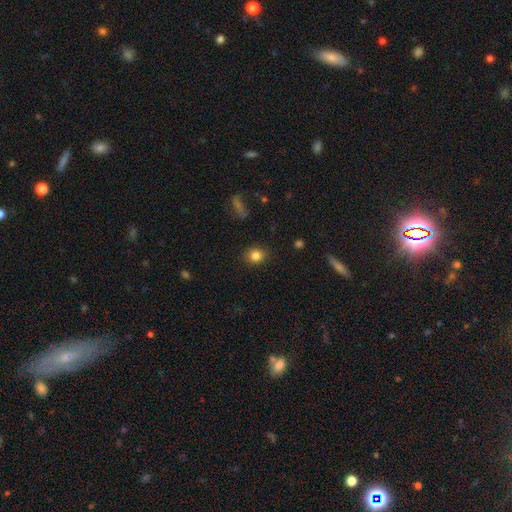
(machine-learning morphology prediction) type=smooth (84%); roundness=round (74%); merging=none (88%).